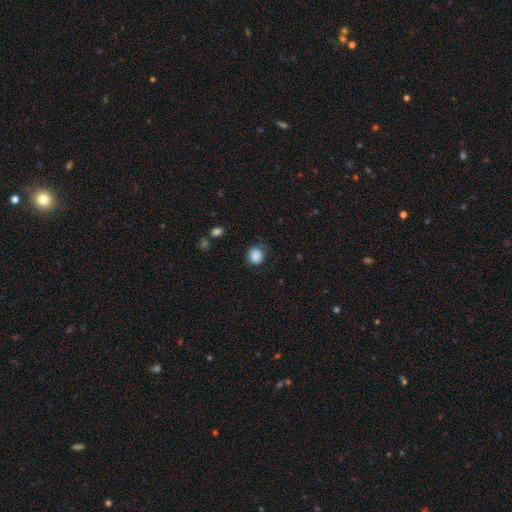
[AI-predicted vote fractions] Smooth or featured? smooth (87%)
How rounded? round (77%)
Merging? none (75%)